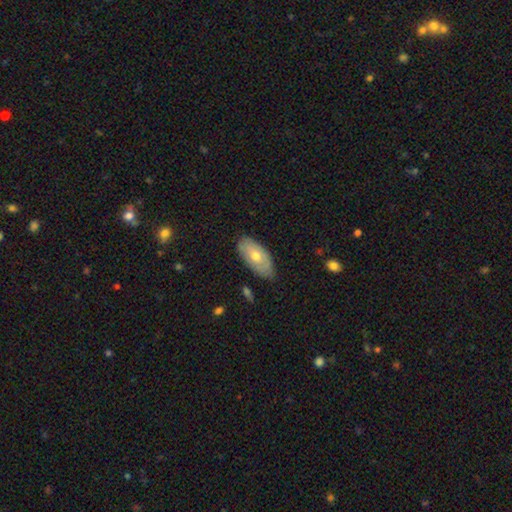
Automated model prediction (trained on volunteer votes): A smooth galaxy with no disk features (60%) that is in between round and cigar-shaped (92%). Merging: none (77%).